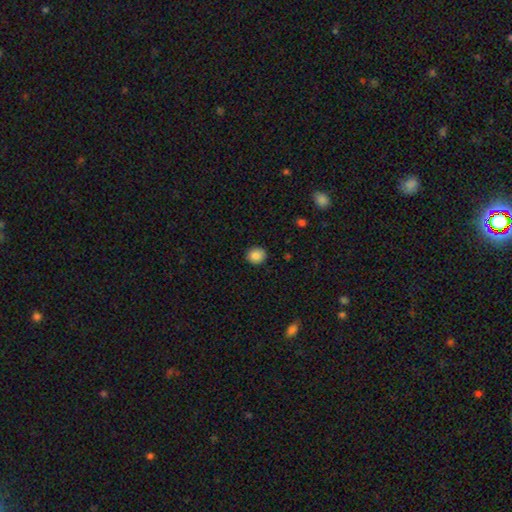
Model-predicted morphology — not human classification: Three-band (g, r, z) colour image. It shows a smooth galaxy with no disk features (86%) that is round (77%). Merging: none (90%).